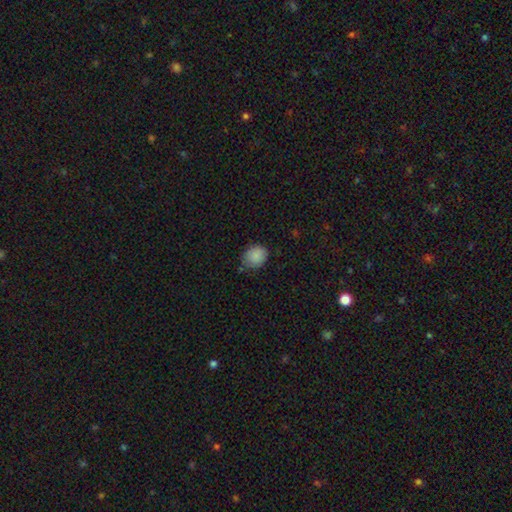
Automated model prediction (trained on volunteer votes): The model was most divided on "how rounded": round: 55%, in between: 44%, cigar-shaped: 1%. More confident: smooth or featured — smooth (87%); merging — none (69%).